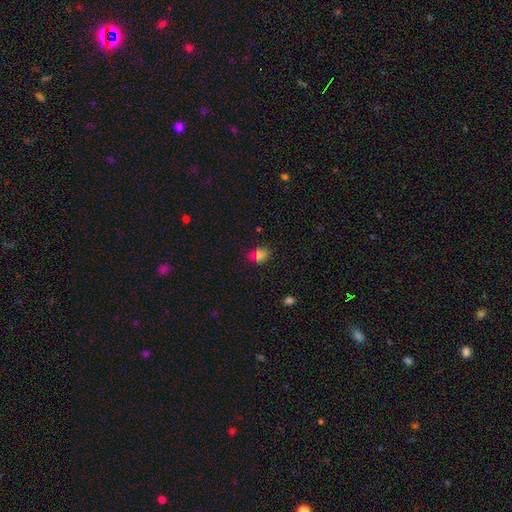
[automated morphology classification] Q: Smooth or featured?
A: smooth (70%); runner-up: star or artifact (23%)
Q: How rounded?
A: in between (63%); runner-up: round (35%)
Q: Merging?
A: none (77%); runner-up: minor disturbance (16%)